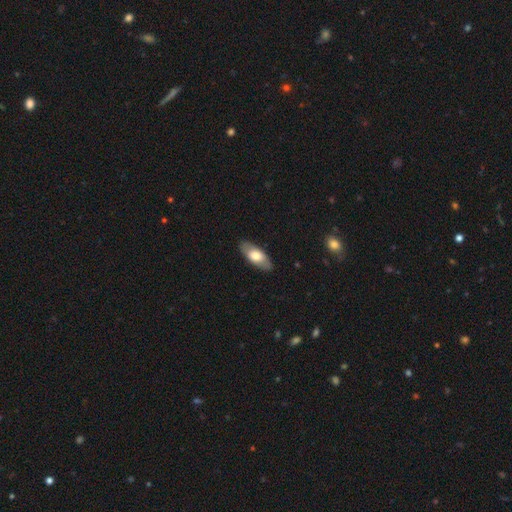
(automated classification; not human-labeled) smooth_or_featured: smooth (p=0.65) [alt: featured or disk p=0.30]
how_rounded: in between (p=0.86) [alt: cigar-shaped p=0.12]
merging: none (p=0.87) [alt: minor disturbance p=0.10]